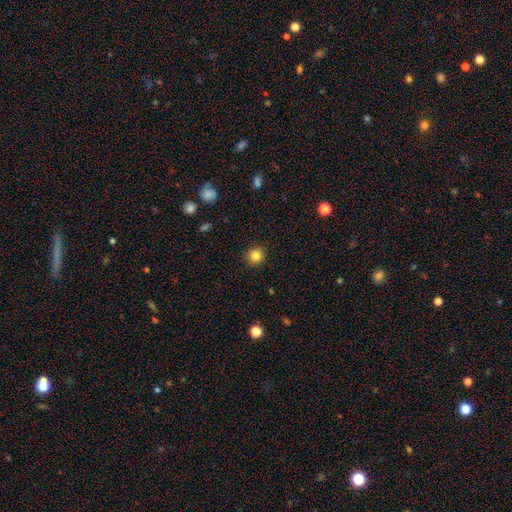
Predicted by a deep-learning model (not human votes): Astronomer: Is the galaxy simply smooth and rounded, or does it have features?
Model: smooth — 83%.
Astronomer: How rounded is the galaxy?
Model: round — 90%.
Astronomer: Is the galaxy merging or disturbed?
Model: none — 91%.